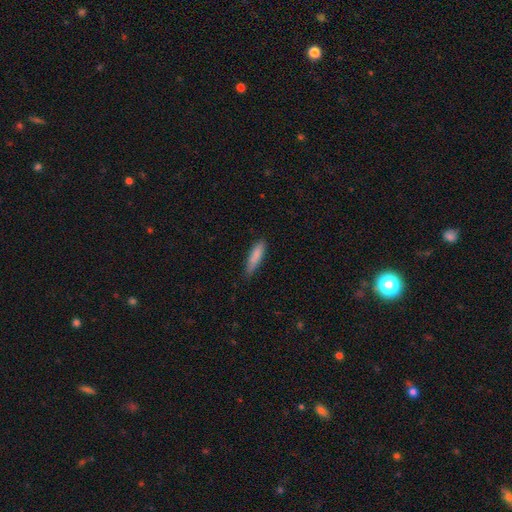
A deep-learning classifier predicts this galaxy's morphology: smooth_or_featured: smooth (p=0.84) [alt: featured or disk p=0.10]
how_rounded: cigar-shaped (p=0.70) [alt: in between p=0.28]
merging: none (p=0.74) [alt: minor disturbance p=0.21]